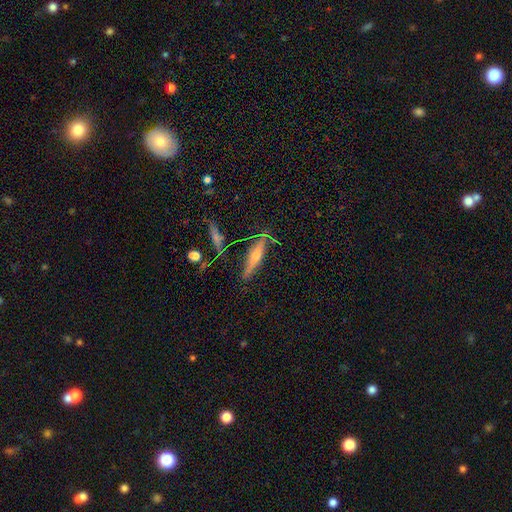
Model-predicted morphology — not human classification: A featured or disk galaxy (62%) viewed edge-on (94%) with a rounded central bulge (85%).

Vote fractions:
- Smooth or featured? featured or disk: 62% / smooth: 30% / star or artifact: 8%
- Edge-on disk? yes: 94% / no: 6%
- Edge-on bulge? rounded: 85% / none: 10% / boxy: 5%
- Merging? none: 80% / minor disturbance: 13% / merger: 4% / major disturbance: 3%